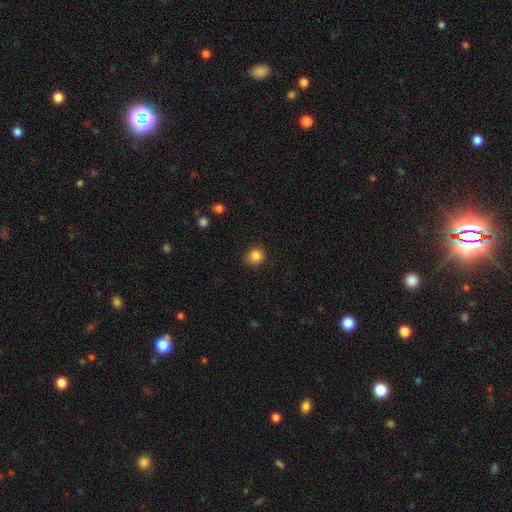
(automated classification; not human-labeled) smooth_or_featured: smooth (p=0.85) [alt: star or artifact p=0.11]
how_rounded: round (p=0.80) [alt: in between p=0.19]
merging: none (p=0.81) [alt: minor disturbance p=0.15]